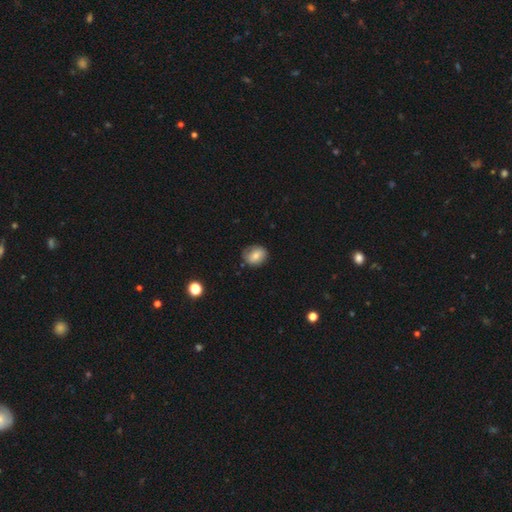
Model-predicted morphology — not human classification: The model was most divided on "how rounded": round: 59%, in between: 40%, cigar-shaped: 1%. More confident: merging — none (74%); smooth or featured — smooth (72%).